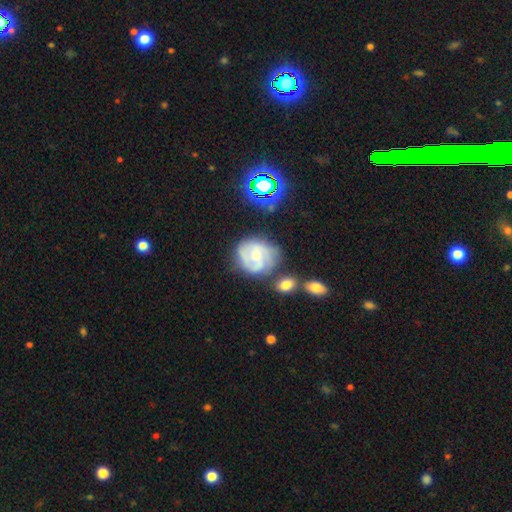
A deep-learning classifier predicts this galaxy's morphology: Smooth or featured? featured or disk (69%)
Edge-on disk? no (98%)
Bar? no (52%)
Spiral arms? yes (88%)
Spiral winding? medium (43%)
Spiral arm count? 2 (49%)
Bulge size? small (49%)
Merging? none (56%)